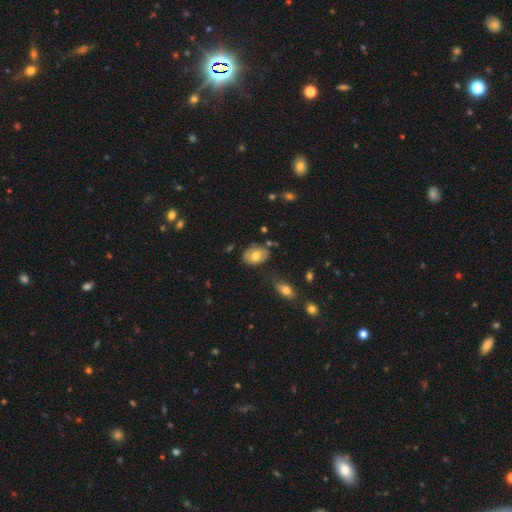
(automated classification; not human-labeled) The model was most divided on "smooth or featured": smooth: 62%, featured or disk: 31%, star or artifact: 7%. More confident: how rounded — in between (80%); merging — none (69%).